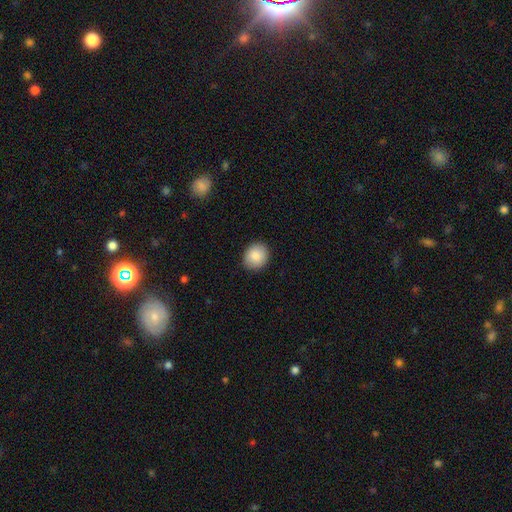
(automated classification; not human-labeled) Smooth or featured: smooth — 86% (star or artifact — 8%)
How rounded: round — 74% (in between — 25%)
Merging: none — 89% (minor disturbance — 8%)